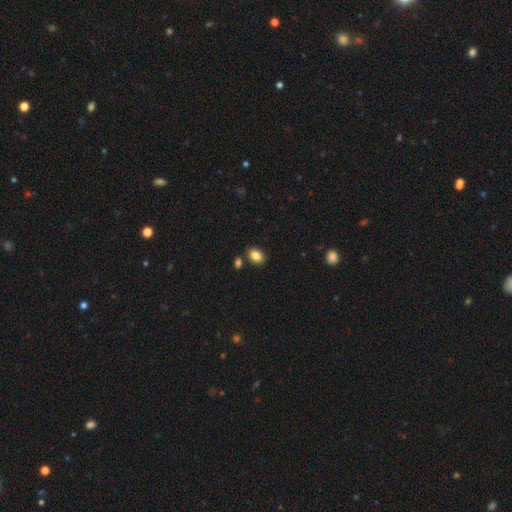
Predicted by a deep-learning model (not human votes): Smooth or featured? smooth (86%)
How rounded? in between (73%)
Merging? none (81%)